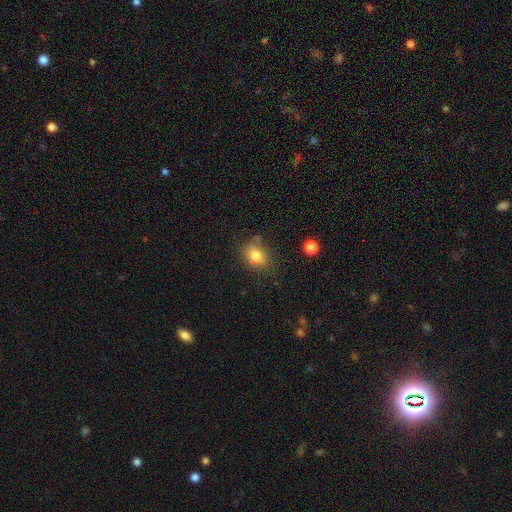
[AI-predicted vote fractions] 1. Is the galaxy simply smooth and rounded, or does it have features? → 81% smooth, 10% star or artifact, 9% featured or disk.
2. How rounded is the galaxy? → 50% in between, 49% round, 1% cigar-shaped.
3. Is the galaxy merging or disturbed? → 73% none, 17% minor disturbance, 5% merger, 5% major disturbance.